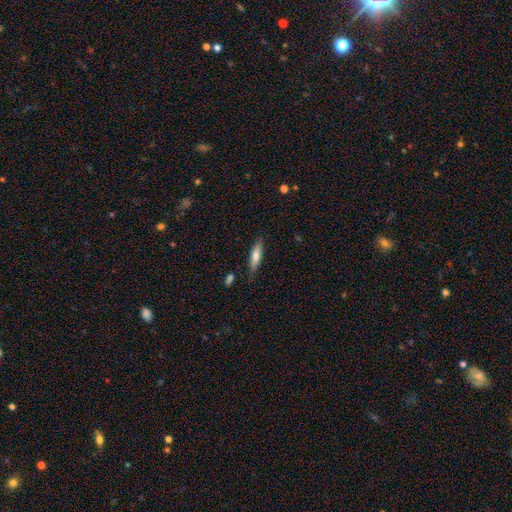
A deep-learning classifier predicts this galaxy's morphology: Smooth or featured: smooth — 71% (featured or disk — 22%)
How rounded: cigar-shaped — 68% (in between — 30%)
Merging: none — 81% (minor disturbance — 14%)